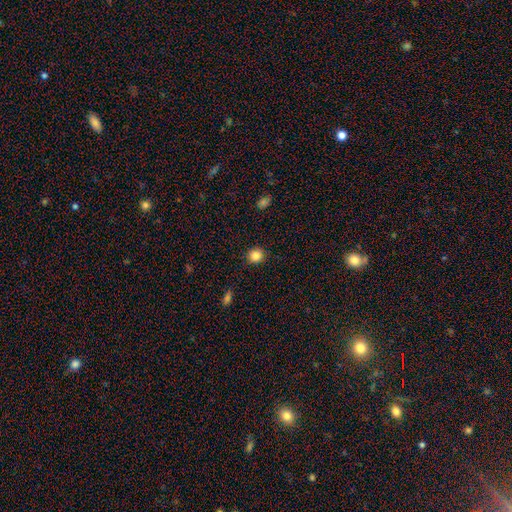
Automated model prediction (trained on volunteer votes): smooth 84%, star or artifact 11%, featured or disk 5%. Down the decision tree: how rounded — round (85%); merging — none (90%).